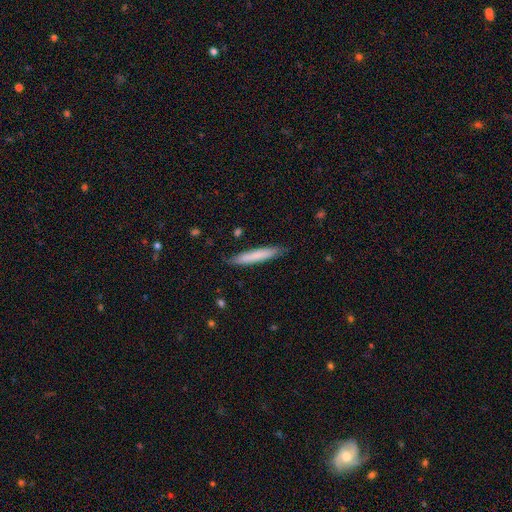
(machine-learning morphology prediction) Q: Smooth or featured?
A: smooth (74%); runner-up: featured or disk (20%)
Q: How rounded?
A: cigar-shaped (94%); runner-up: in between (5%)
Q: Merging?
A: none (85%); runner-up: minor disturbance (11%)